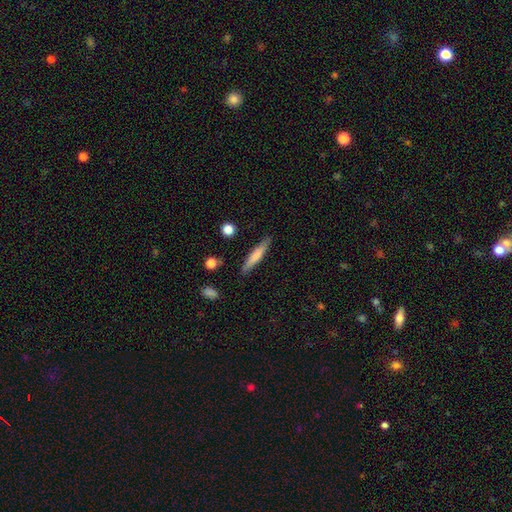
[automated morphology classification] Overall: smooth (67%). How rounded: cigar-shaped (91%). Merging: none (86%).